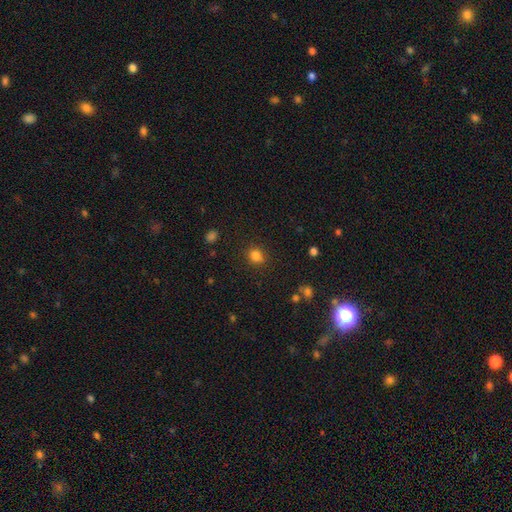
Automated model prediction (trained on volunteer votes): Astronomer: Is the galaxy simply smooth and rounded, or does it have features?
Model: smooth — 82%.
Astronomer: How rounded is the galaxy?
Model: round — 68%.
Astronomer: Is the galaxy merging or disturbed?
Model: none — 85%.